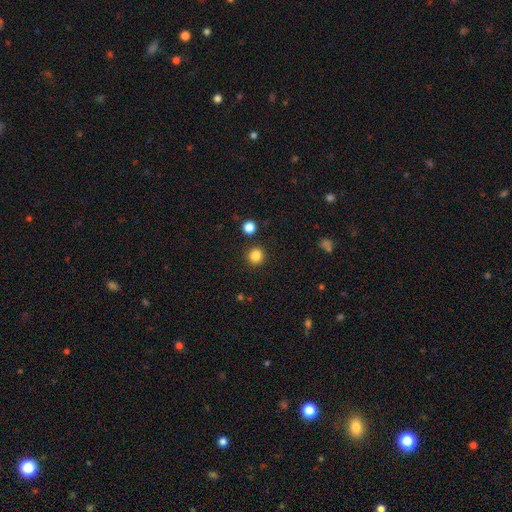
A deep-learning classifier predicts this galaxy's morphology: The model was most divided on "smooth or featured": smooth: 85%, star or artifact: 12%, featured or disk: 4%. More confident: how rounded — round (92%); merging — none (90%).